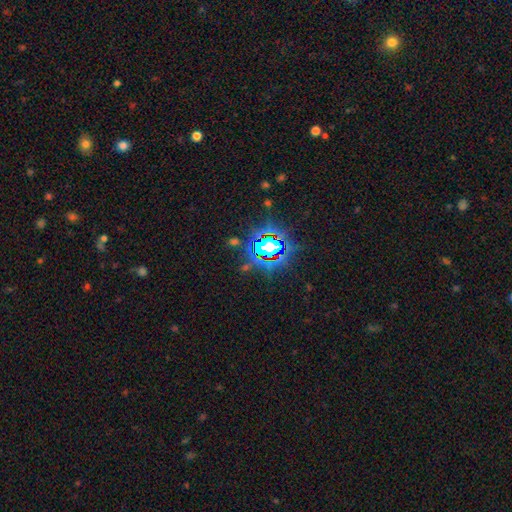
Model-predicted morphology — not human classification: The model was most divided on "smooth or featured": star or artifact: 82%, smooth: 10%, featured or disk: 7%.